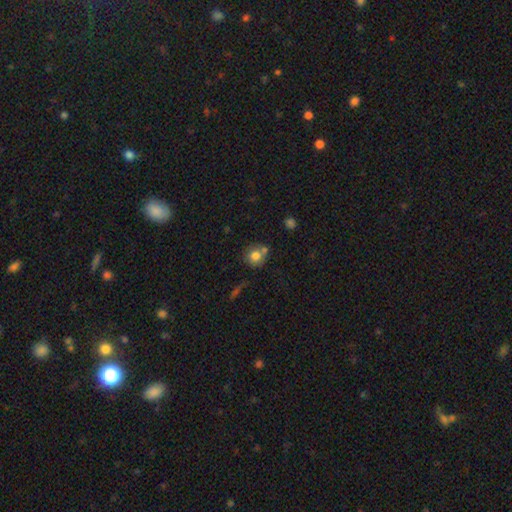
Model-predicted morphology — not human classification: Smooth or featured?
  - smooth: 78% *
  - featured or disk: 12%
  - star or artifact: 10%
How rounded?
  - round: 84% *
  - in between: 15%
  - cigar-shaped: 1%
Merging?
  - none: 58% *
  - merger: 26%
  - minor disturbance: 13%
  - major disturbance: 4%